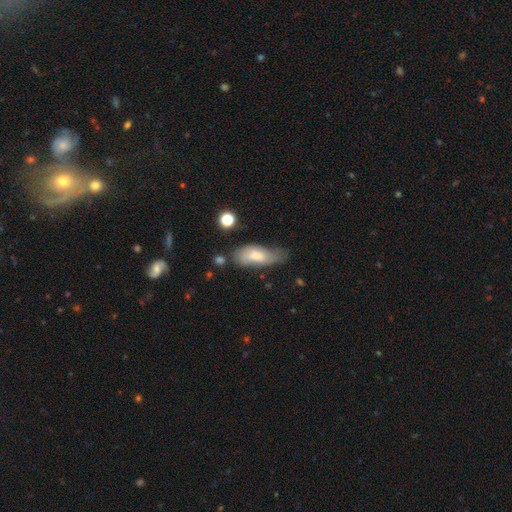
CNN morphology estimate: Smooth or featured? Predicted: smooth (p=0.69). How rounded? Predicted: in between (p=0.79). Merging? Predicted: none (p=0.40).